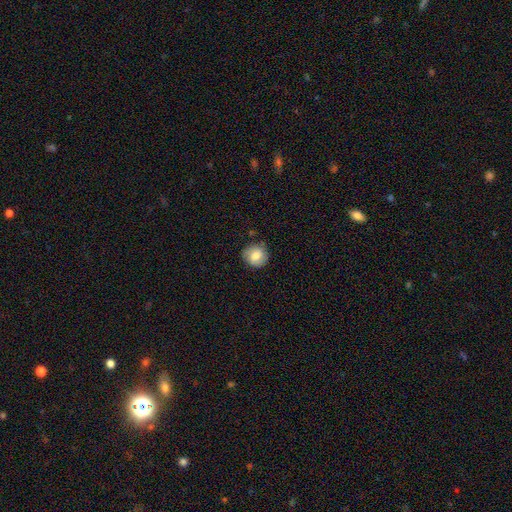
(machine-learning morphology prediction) Overall: smooth (77%). How rounded: round (88%). Merging: none (81%).